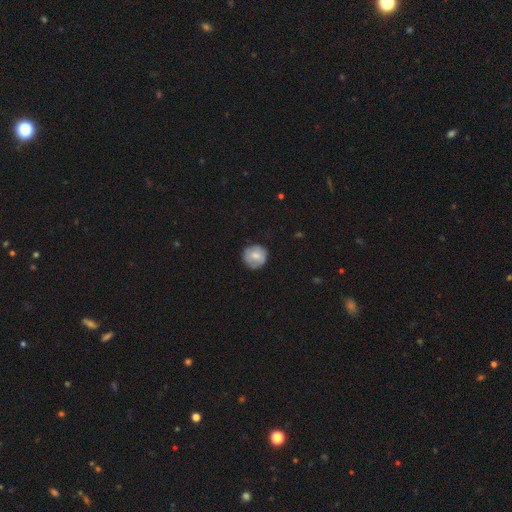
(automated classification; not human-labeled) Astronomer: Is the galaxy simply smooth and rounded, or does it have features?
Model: smooth — 69%.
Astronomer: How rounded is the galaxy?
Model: round — 91%.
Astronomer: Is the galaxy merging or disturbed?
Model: none — 76%.